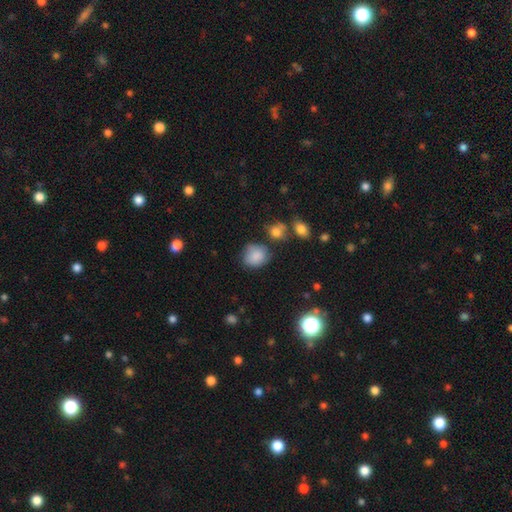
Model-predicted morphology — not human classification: smooth 83%, star or artifact 9%, featured or disk 7%. Down the decision tree: how rounded — round (70%); merging — none (63%).